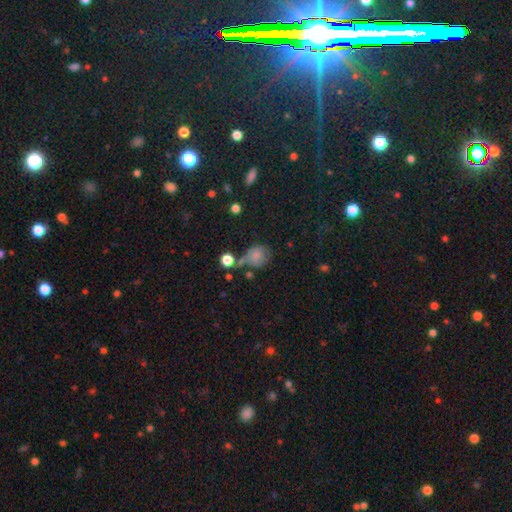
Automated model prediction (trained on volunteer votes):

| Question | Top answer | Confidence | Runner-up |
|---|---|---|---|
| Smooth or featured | smooth | 75% | featured or disk (13%) |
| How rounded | round | 72% | in between (27%) |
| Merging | none | 43% | minor disturbance (25%) |